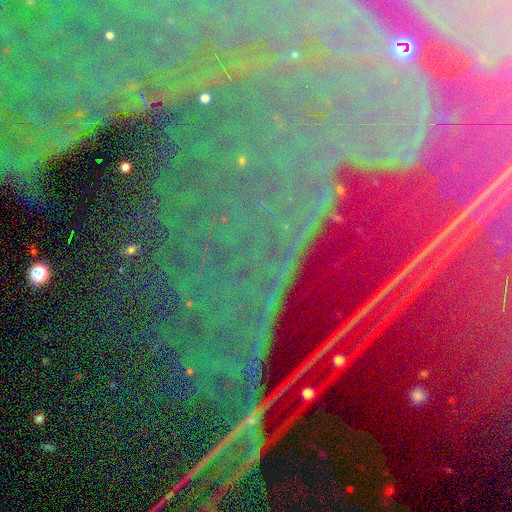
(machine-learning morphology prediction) Smooth or featured?
  - star or artifact: 87% *
  - featured or disk: 8%
  - smooth: 5%